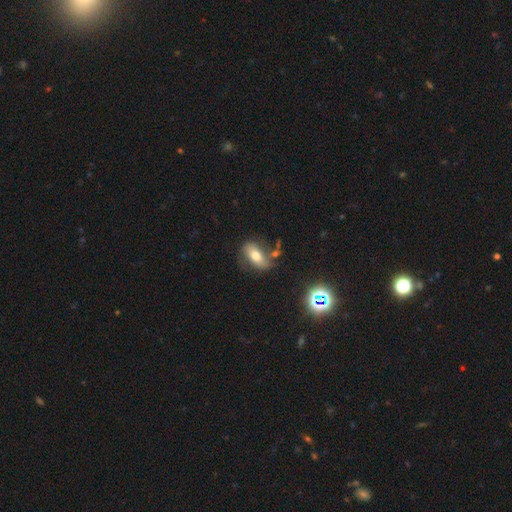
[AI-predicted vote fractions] Smooth or featured? smooth (63%)
How rounded? in between (84%)
Merging? none (58%)